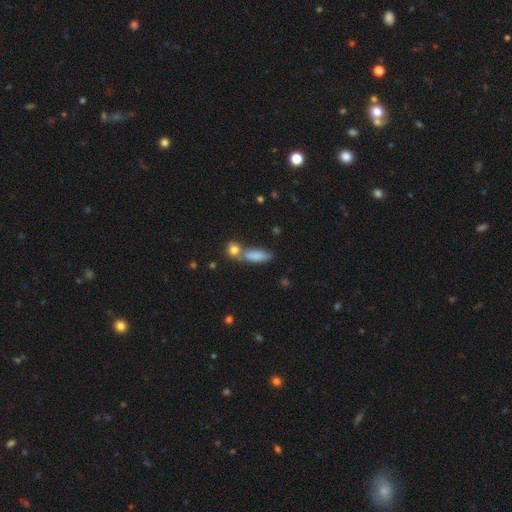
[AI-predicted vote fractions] The model was most divided on "how rounded": in between: 55%, cigar-shaped: 42%, round: 4%. More confident: smooth or featured — smooth (82%); merging — none (54%).